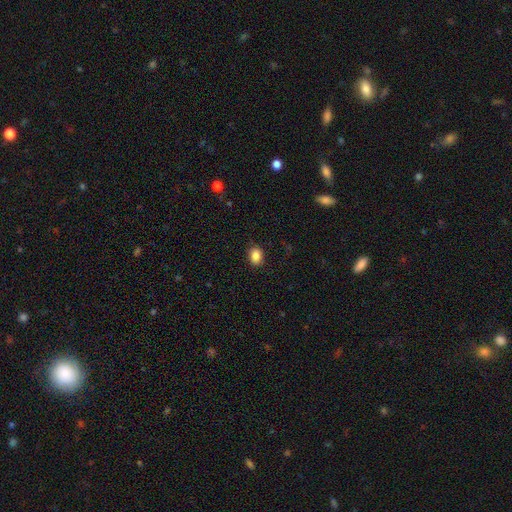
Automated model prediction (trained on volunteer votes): Smooth or featured: smooth — 87% (star or artifact — 9%)
How rounded: in between — 65% (round — 34%)
Merging: none — 85% (minor disturbance — 11%)